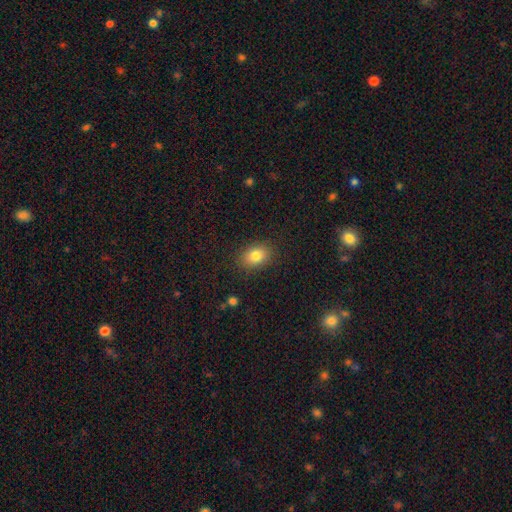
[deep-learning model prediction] Q: Smooth or featured?
A: smooth (81%); runner-up: star or artifact (10%)
Q: How rounded?
A: in between (73%); runner-up: round (26%)
Q: Merging?
A: none (86%); runner-up: minor disturbance (9%)